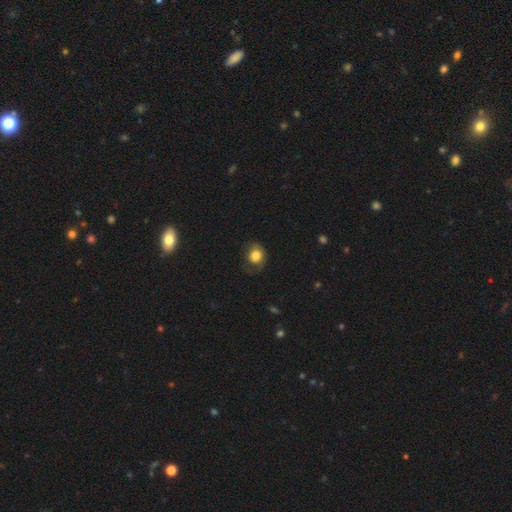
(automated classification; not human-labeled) smooth-or-featured: smooth: 79% | featured or disk: 11% | star or artifact: 9%
  how-rounded: round: 67% | in between: 32% | cigar-shaped: 1%
  merging: none: 62% | minor disturbance: 26% | major disturbance: 12% | merger: 1%